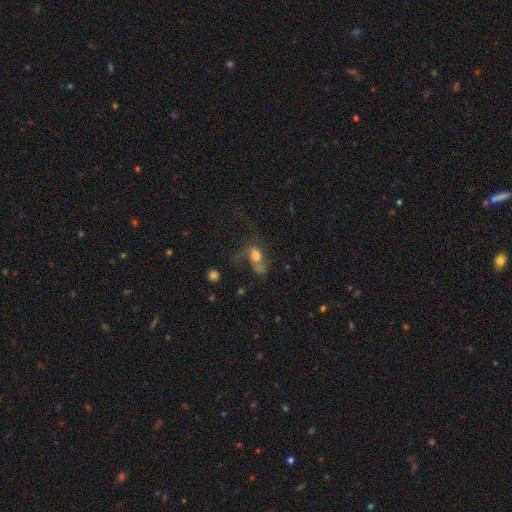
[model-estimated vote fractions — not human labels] smooth 51%, featured or disk 35%, star or artifact 13%. Down the decision tree: how rounded — in between (75%); merging — major disturbance (41%).